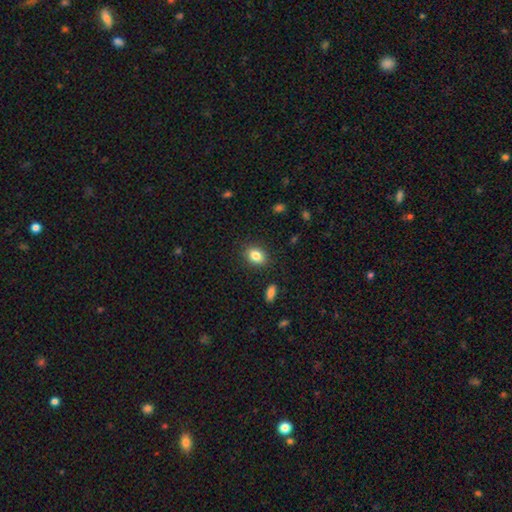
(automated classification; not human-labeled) Smooth or featured: smooth — 84% (star or artifact — 9%)
How rounded: in between — 75% (round — 23%)
Merging: none — 87% (minor disturbance — 9%)